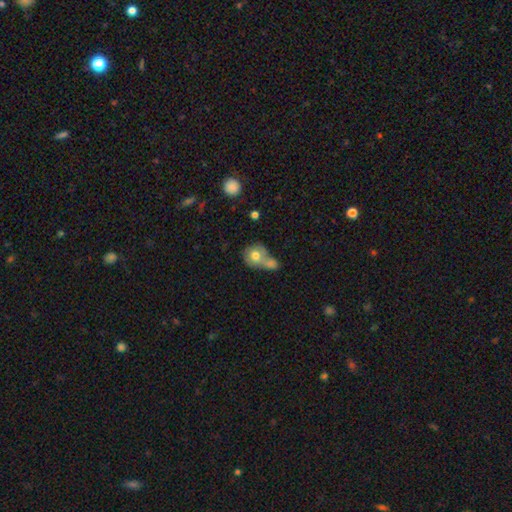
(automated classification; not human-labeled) This appears to be a smooth galaxy with no disk features (71%) that is round (71%). Merging: merger (60%).